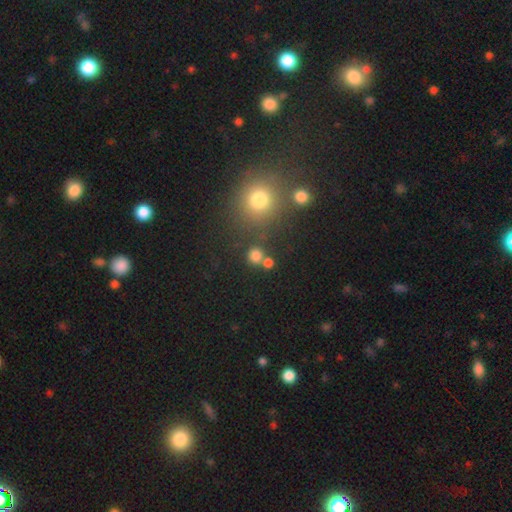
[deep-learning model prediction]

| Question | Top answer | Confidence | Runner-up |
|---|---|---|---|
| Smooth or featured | smooth | 76% | star or artifact (18%) |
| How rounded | round | 89% | in between (10%) |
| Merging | none | 68% | merger (21%) |